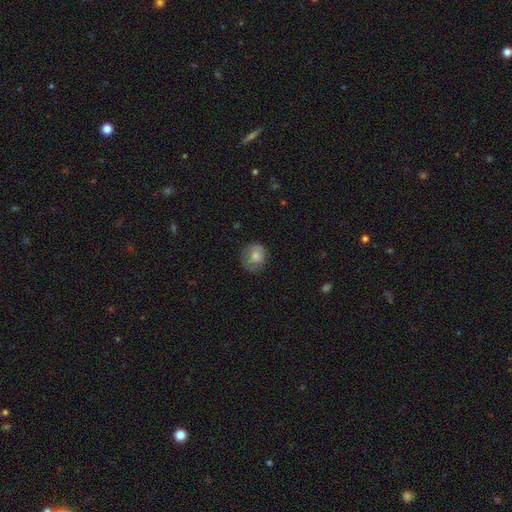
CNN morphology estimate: A smooth galaxy with no disk features (75%) that is round (80%). Merging: none (69%).